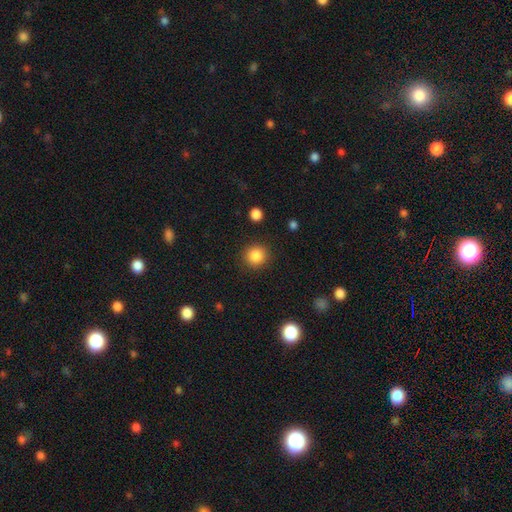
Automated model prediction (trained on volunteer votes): This is clearly a smooth galaxy (86%). How rounded: clearly round (92%). Merging: clearly none (89%).